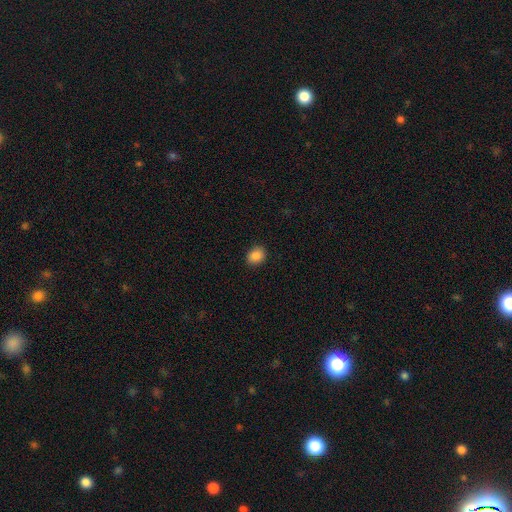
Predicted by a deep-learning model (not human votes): A smooth galaxy with no disk features (88%) that is round (52%).

Vote fractions:
- Smooth or featured? smooth: 88% / star or artifact: 9% / featured or disk: 3%
- How rounded? round: 52% / in between: 47% / cigar-shaped: 1%
- Merging? none: 89% / minor disturbance: 8% / major disturbance: 2% / merger: 1%